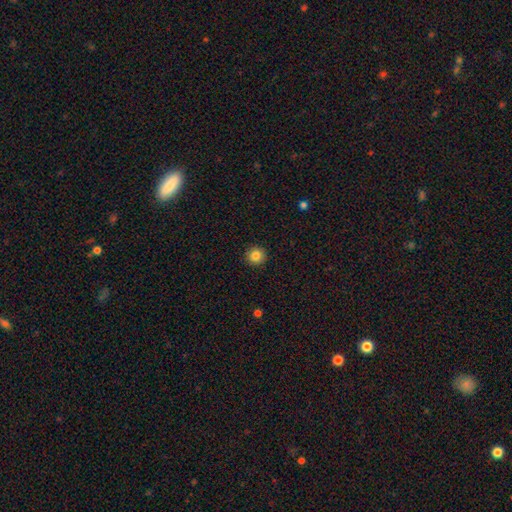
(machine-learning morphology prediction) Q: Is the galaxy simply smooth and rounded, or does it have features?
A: smooth — 84%.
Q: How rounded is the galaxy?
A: round — 95%.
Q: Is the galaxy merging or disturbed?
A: none — 93%.